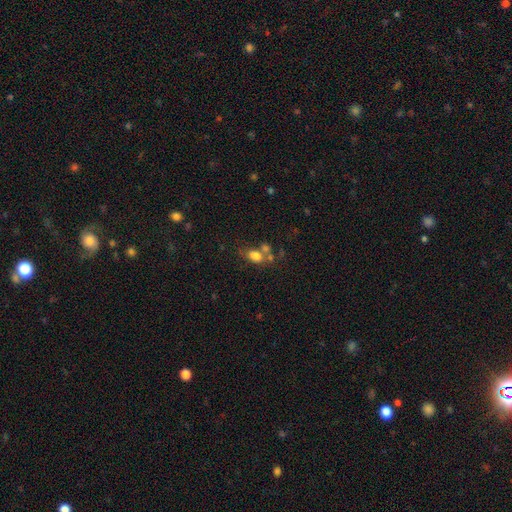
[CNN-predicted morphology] The model was most divided on "merging": none: 40%, merger: 38%, minor disturbance: 14%, major disturbance: 9%. More confident: how rounded — in between (80%); smooth or featured — smooth (75%).